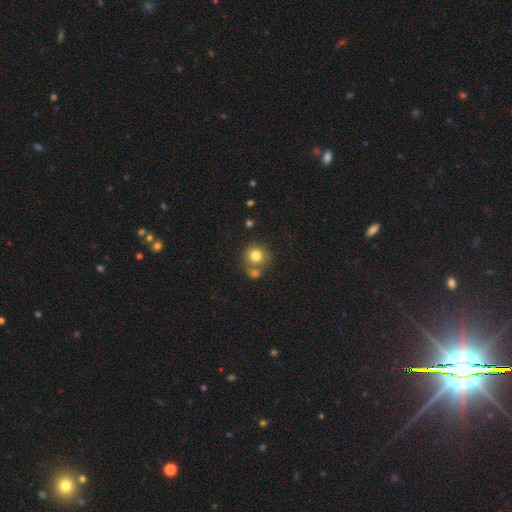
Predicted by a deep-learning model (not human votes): Q: Smooth or featured?
A: smooth (79%); runner-up: star or artifact (11%)
Q: How rounded?
A: round (91%); runner-up: in between (8%)
Q: Merging?
A: none (57%); runner-up: merger (30%)